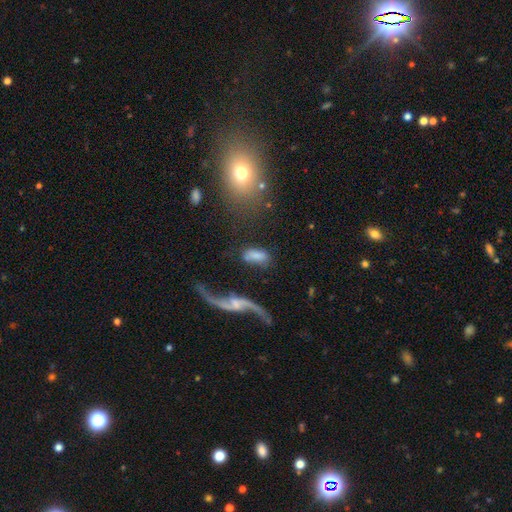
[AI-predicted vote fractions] This is likely a smooth galaxy (62%). How rounded: clearly in between (90%). Merging: possibly none (46%).